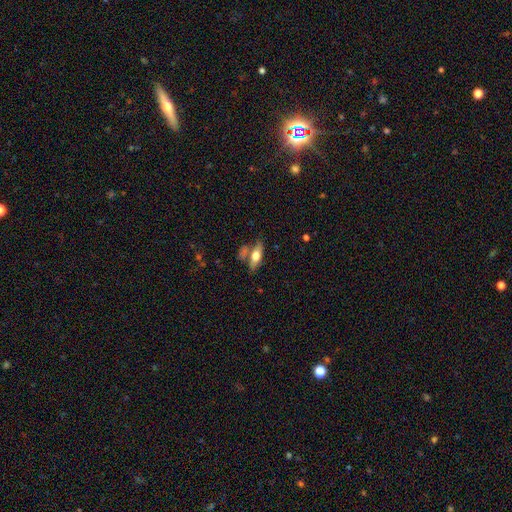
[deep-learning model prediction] Smooth or featured? Predicted: smooth (p=0.56). How rounded? Predicted: in between (p=0.66). Merging? Predicted: none (p=0.59).